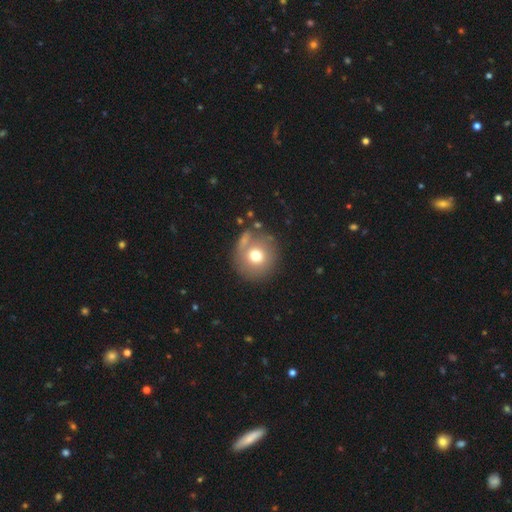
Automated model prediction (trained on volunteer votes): smooth 70%, featured or disk 19%, star or artifact 11%. Down the decision tree: how rounded — round (93%); merging — none (71%).